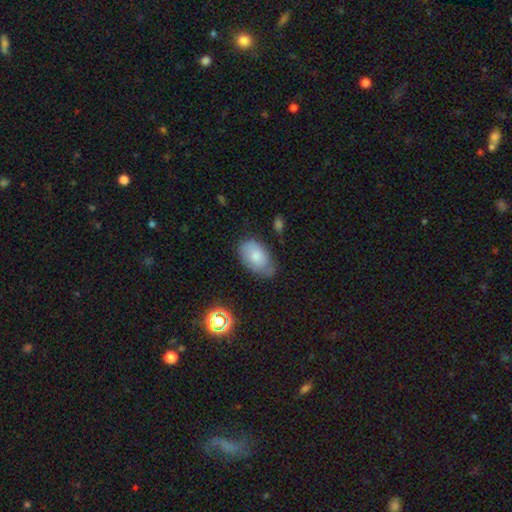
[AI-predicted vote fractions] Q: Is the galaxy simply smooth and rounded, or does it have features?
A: smooth — 76%.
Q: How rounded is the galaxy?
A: in between — 92%.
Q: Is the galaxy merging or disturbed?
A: none — 59%.